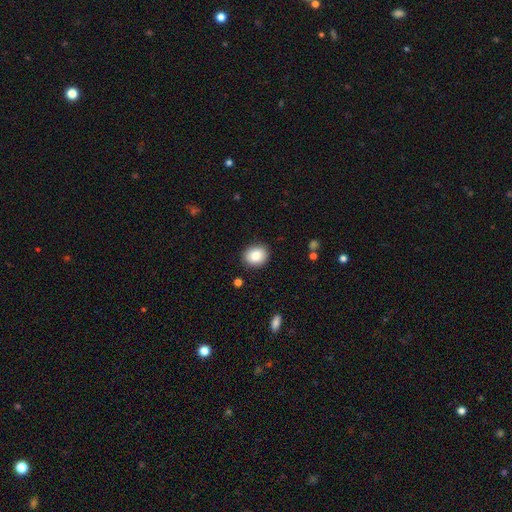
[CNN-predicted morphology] Smooth or featured? Predicted: smooth (p=0.86). How rounded? Predicted: round (p=0.58). Merging? Predicted: none (p=0.88).